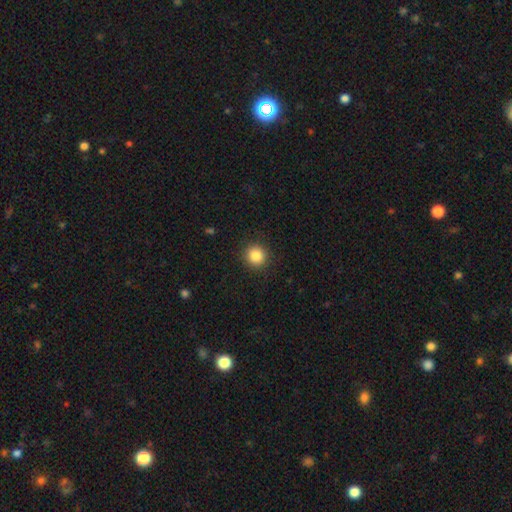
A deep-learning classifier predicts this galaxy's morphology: This is clearly a smooth galaxy (85%). How rounded: clearly round (93%). Merging: clearly none (91%).